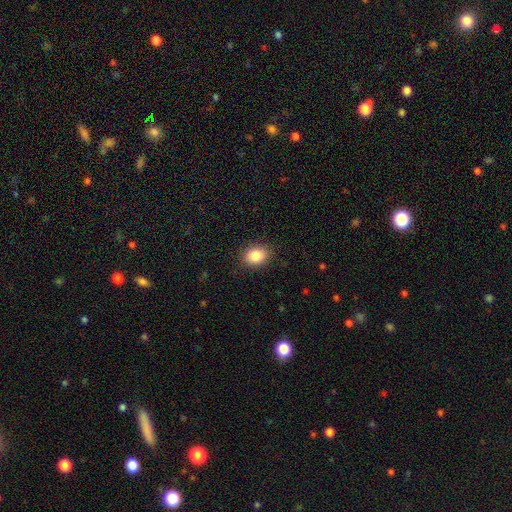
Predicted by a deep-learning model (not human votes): Smooth or featured: smooth — 86% (star or artifact — 8%)
How rounded: in between — 67% (round — 32%)
Merging: none — 88% (minor disturbance — 9%)